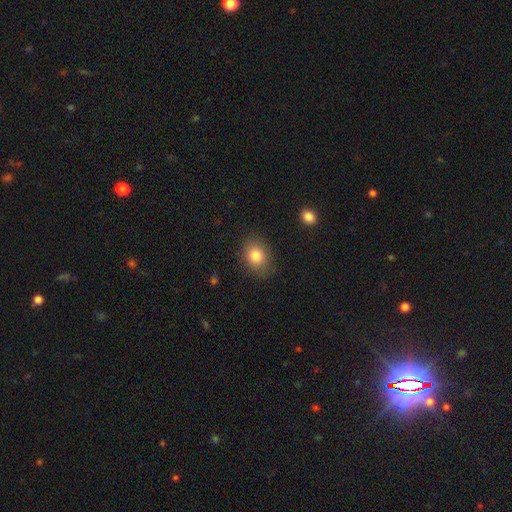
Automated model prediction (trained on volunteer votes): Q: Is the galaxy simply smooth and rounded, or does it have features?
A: smooth — 84%.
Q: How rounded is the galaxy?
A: in between — 56%.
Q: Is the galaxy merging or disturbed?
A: none — 82%.